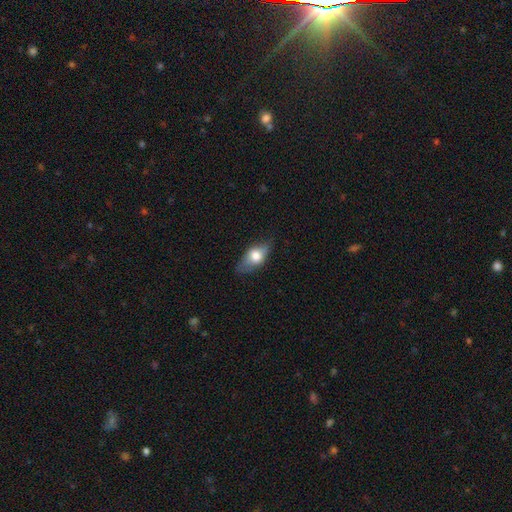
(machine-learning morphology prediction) Smooth or featured?
  - smooth: 61% *
  - featured or disk: 31%
  - star or artifact: 7%
How rounded?
  - in between: 81% *
  - cigar-shaped: 10%
  - round: 10%
Merging?
  - none: 68% *
  - minor disturbance: 24%
  - major disturbance: 7%
  - merger: 1%